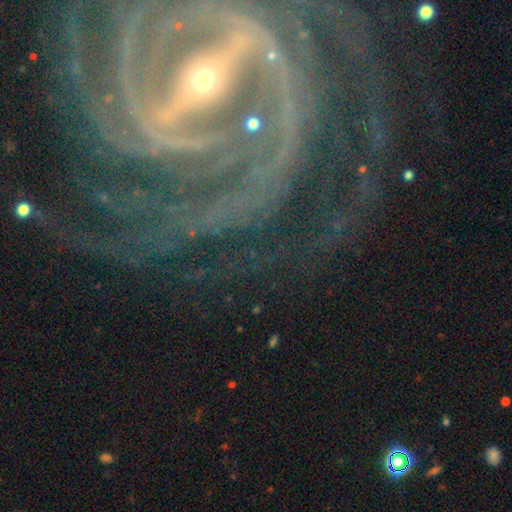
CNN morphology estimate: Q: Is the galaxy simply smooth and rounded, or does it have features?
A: featured or disk — 85%.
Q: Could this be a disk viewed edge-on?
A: no — 96%.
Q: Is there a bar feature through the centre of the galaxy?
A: strong — 61%.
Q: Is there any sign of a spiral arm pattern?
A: yes — 96%.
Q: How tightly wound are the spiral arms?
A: tight — 60%.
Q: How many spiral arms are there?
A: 2 — 25%.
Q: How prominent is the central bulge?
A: small — 73%.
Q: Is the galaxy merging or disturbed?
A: none — 67%.